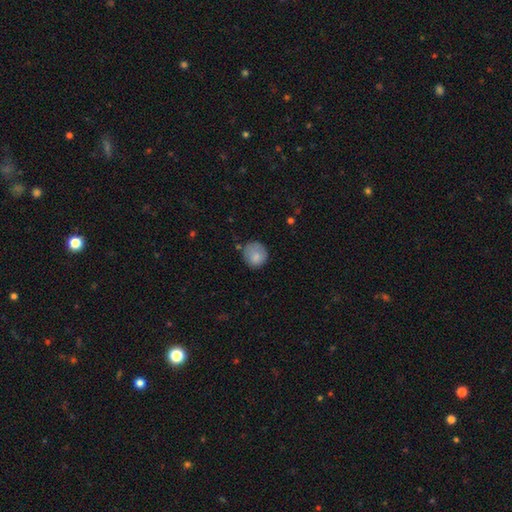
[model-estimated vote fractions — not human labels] This is clearly a smooth galaxy (82%). How rounded: clearly round (85%). Merging: likely none (67%).